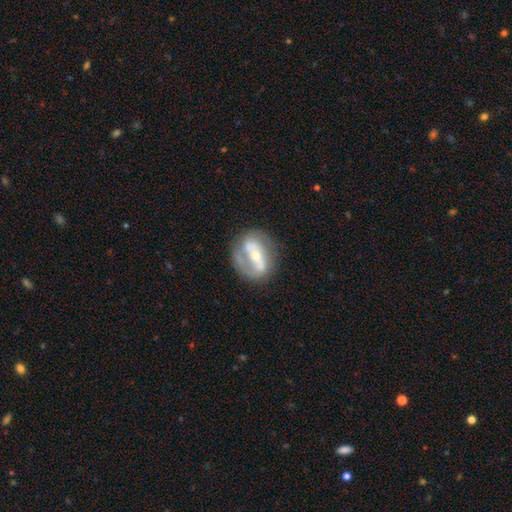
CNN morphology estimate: featured or disk 77%, smooth 17%, star or artifact 6%. Down the decision tree: edge-on disk — no (95%); bar — strong (48%); spiral arms — yes (75%); spiral arm count — 2 (70%); spiral winding — medium (42%); bulge size — small (50%); merging — none (65%).